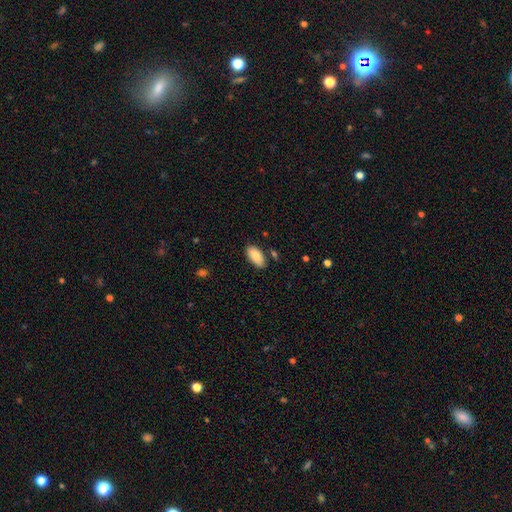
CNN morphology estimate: smooth-or-featured: smooth: 85% | featured or disk: 9% | star or artifact: 6%
  how-rounded: in between: 95% | cigar-shaped: 3% | round: 2%
  merging: none: 81% | minor disturbance: 13% | merger: 4% | major disturbance: 2%